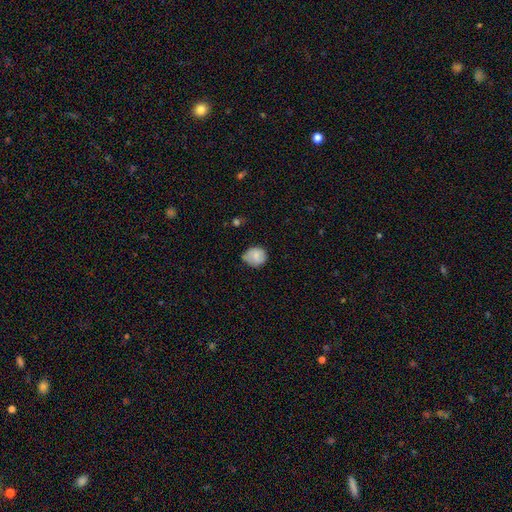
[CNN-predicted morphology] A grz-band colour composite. It shows a smooth galaxy with no disk features (75%) that is round (67%). Merging: none (55%).